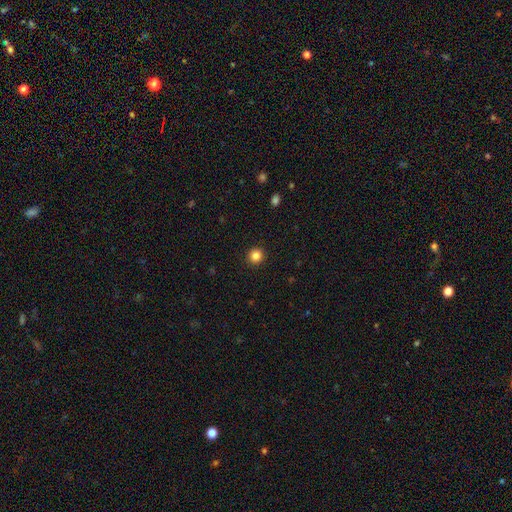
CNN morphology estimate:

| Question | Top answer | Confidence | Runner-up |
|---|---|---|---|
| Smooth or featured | smooth | 85% | star or artifact (11%) |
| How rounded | round | 93% | in between (6%) |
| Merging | none | 93% | minor disturbance (5%) |